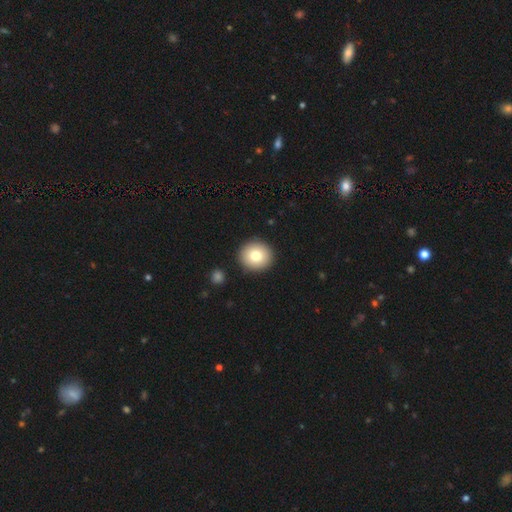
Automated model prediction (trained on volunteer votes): Morphology: type=smooth (78%); roundness=round (90%); merging=none (91%).